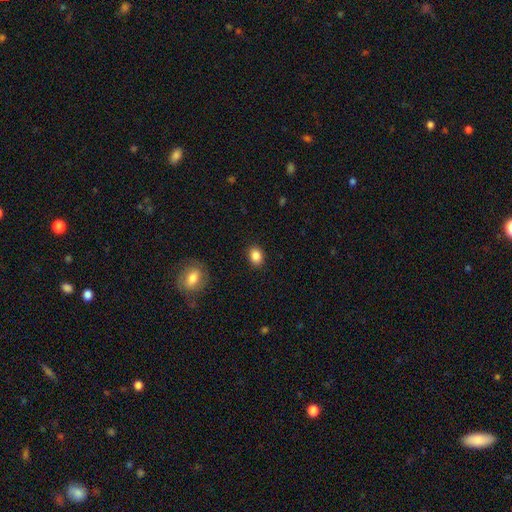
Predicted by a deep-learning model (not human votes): Morphology: type=smooth (86%); roundness=in between (61%); merging=none (88%).